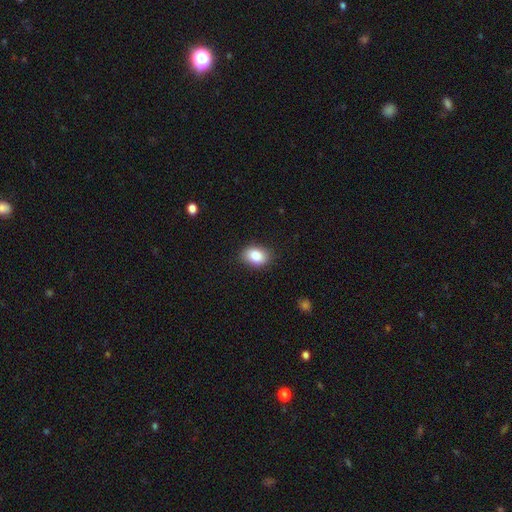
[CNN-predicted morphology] smooth-or-featured: smooth: 85% | star or artifact: 8% | featured or disk: 7%
  how-rounded: in between: 74% | round: 25% | cigar-shaped: 1%
  merging: none: 86% | minor disturbance: 10% | major disturbance: 2% | merger: 1%